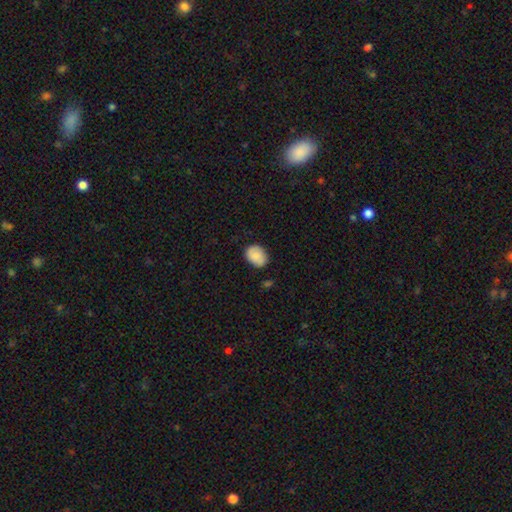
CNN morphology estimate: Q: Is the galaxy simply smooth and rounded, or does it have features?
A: smooth — 84%.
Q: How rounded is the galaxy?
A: in between — 64%.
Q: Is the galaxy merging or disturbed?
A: none — 80%.